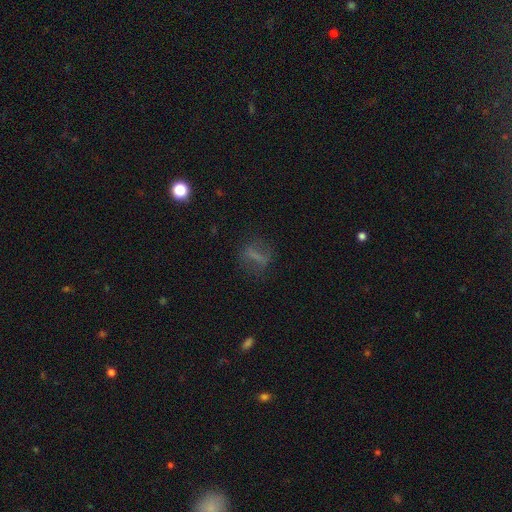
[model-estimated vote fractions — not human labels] The model was most divided on "how rounded": cigar-shaped: 40%, in between: 38%, round: 22%. More confident: merging — none (72%); smooth or featured — smooth (50%).